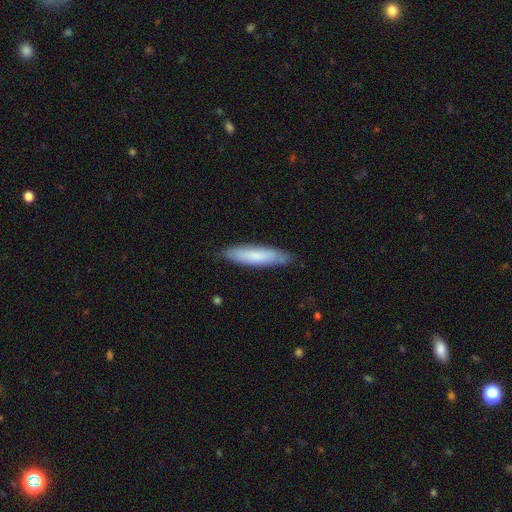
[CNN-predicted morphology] Smooth or featured? Predicted: smooth (p=0.75). How rounded? Predicted: cigar-shaped (p=0.77). Merging? Predicted: none (p=0.82).